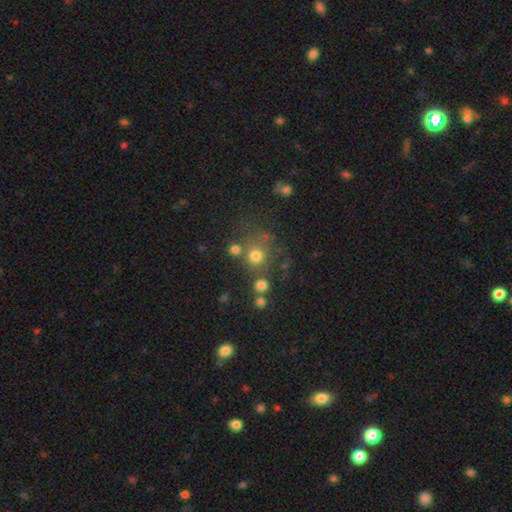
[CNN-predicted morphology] A smooth galaxy with no disk features (72%) that is round (87%).

Vote fractions:
- Smooth or featured? smooth: 72% / star or artifact: 19% / featured or disk: 9%
- How rounded? round: 87% / in between: 12% / cigar-shaped: 1%
- Merging? none: 66% / merger: 17% / minor disturbance: 11% / major disturbance: 6%